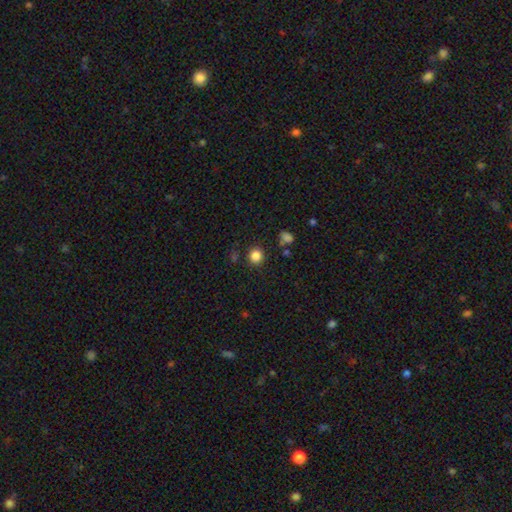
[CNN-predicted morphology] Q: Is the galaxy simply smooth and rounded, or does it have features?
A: smooth — 84%.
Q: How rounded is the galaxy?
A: round — 90%.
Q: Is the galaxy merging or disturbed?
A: none — 87%.